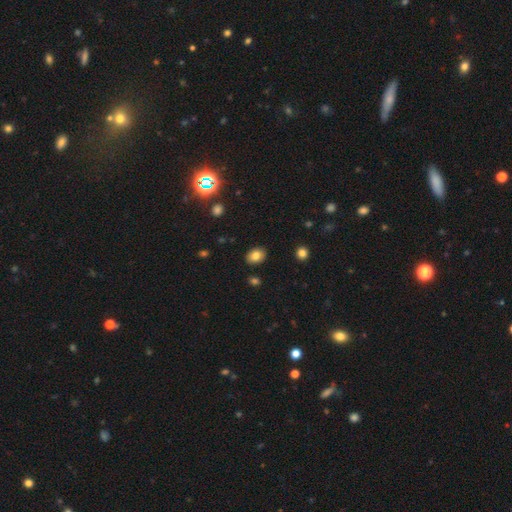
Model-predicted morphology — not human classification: Smooth or featured? Predicted: smooth (p=0.82). How rounded? Predicted: in between (p=0.69). Merging? Predicted: none (p=0.88).